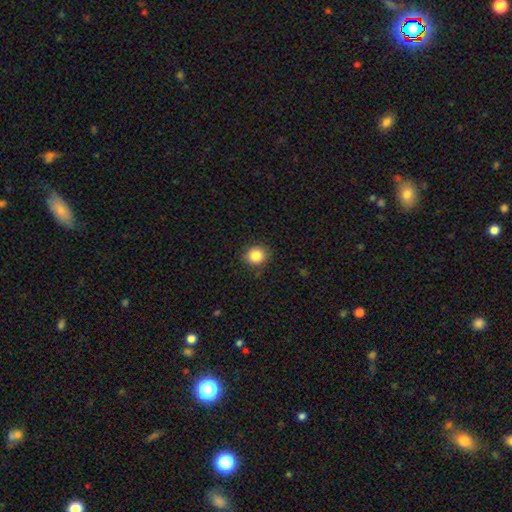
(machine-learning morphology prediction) A smooth galaxy with no disk features (85%) that is round (79%). Merging: none (87%).